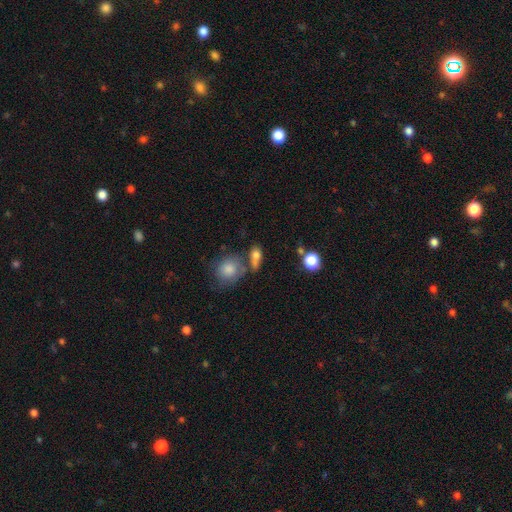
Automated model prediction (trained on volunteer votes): Smooth or featured?
  - smooth: 74% *
  - featured or disk: 14%
  - star or artifact: 12%
How rounded?
  - in between: 62% *
  - round: 27%
  - cigar-shaped: 11%
Merging?
  - none: 49% *
  - merger: 26%
  - minor disturbance: 17%
  - major disturbance: 8%